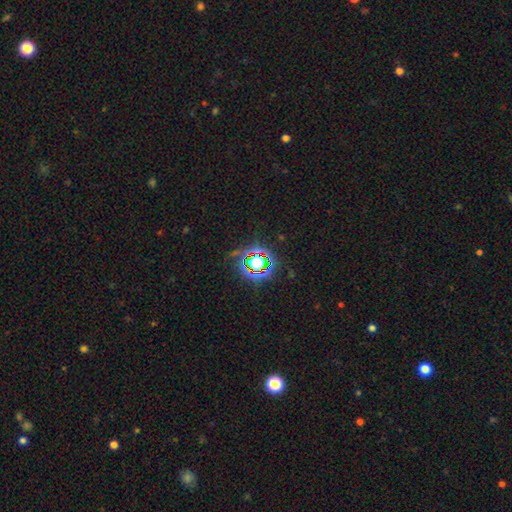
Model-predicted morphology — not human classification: The model was most divided on "smooth or featured": star or artifact: 77%, smooth: 14%, featured or disk: 9%.